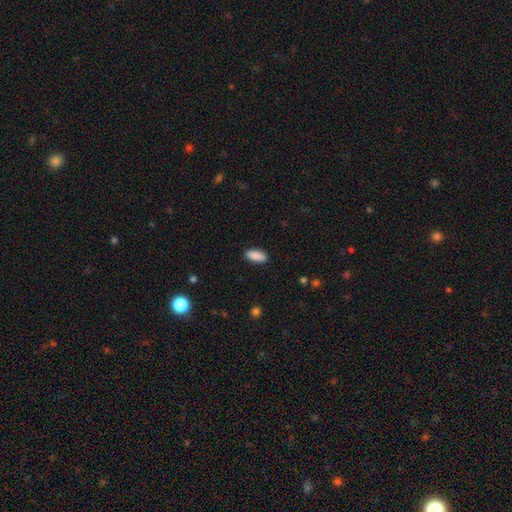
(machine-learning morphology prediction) Q: Smooth or featured?
A: smooth (89%); runner-up: star or artifact (7%)
Q: How rounded?
A: in between (81%); runner-up: cigar-shaped (17%)
Q: Merging?
A: none (89%); runner-up: minor disturbance (8%)